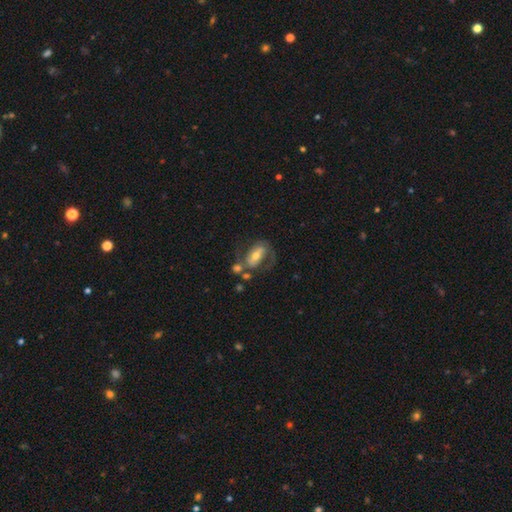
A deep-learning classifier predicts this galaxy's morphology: type=featured or disk (59%); edge-on=no (91%); bar=no (38%); spiral arms=yes (66%); bulge=moderate (60%); merging=none (42%).